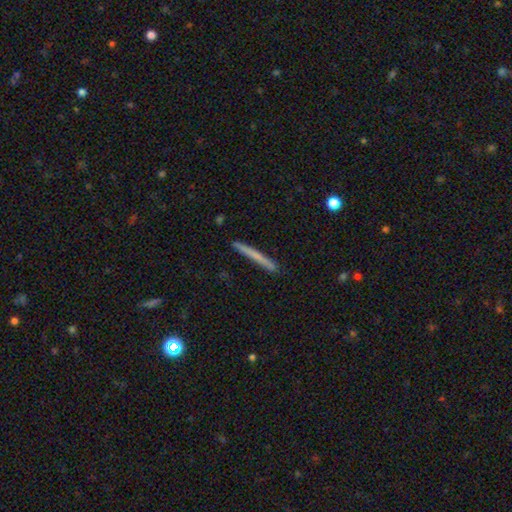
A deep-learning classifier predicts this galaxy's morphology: A smooth galaxy with no disk features (62%) that is cigar-shaped (97%).

Vote fractions:
- Smooth or featured? smooth: 62% / featured or disk: 32% / star or artifact: 6%
- How rounded? cigar-shaped: 97% / in between: 2% / round: 1%
- Merging? none: 91% / minor disturbance: 7% / major disturbance: 1% / merger: 1%